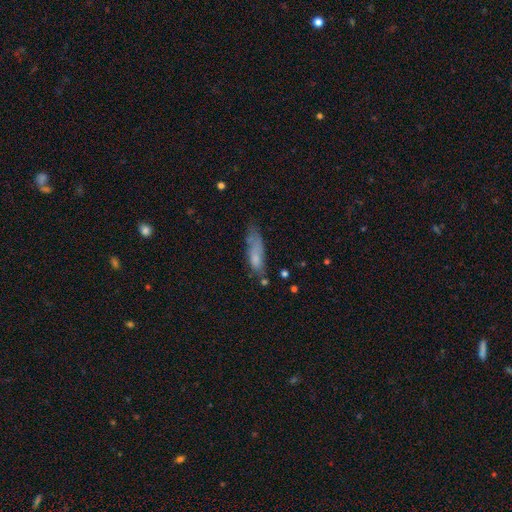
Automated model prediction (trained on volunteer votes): Smooth or featured?
  - smooth: 66% *
  - featured or disk: 24%
  - star or artifact: 9%
How rounded?
  - cigar-shaped: 58% *
  - in between: 40%
  - round: 2%
Merging?
  - none: 41% *
  - minor disturbance: 30%
  - major disturbance: 20%
  - merger: 8%